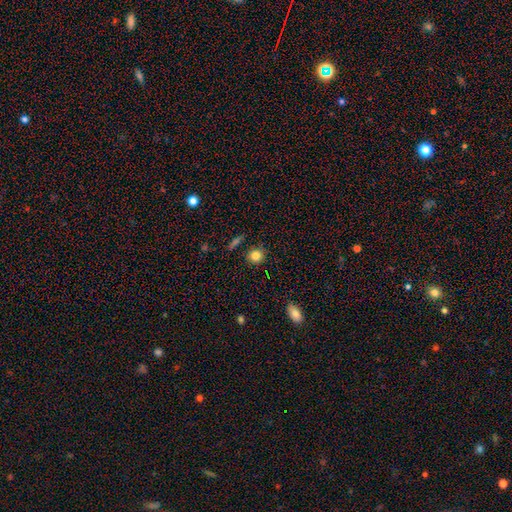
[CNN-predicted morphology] Smooth or featured? smooth (83%)
How rounded? round (88%)
Merging? none (86%)